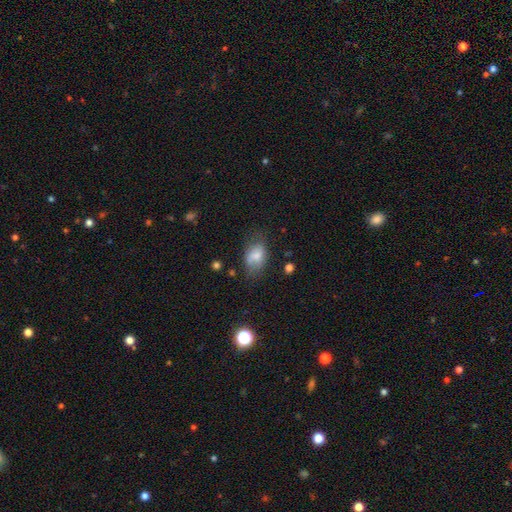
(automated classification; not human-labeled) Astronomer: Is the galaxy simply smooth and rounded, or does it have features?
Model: smooth — 71%.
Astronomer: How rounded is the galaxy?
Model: in between — 84%.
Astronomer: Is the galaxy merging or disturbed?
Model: none — 55% (runner-up: minor disturbance, 30%).